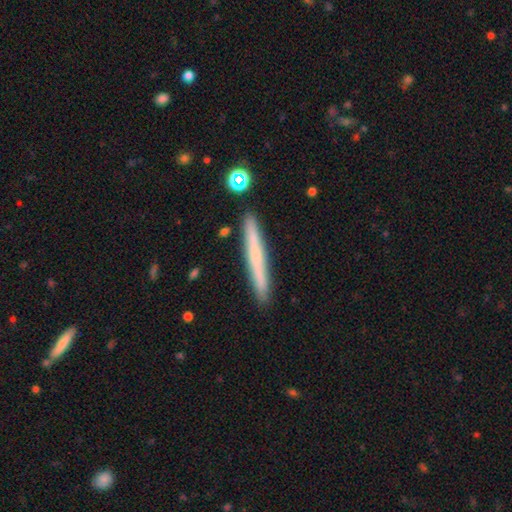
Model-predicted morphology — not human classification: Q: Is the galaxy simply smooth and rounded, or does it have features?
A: smooth — 56%.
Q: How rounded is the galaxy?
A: cigar-shaped — 97%.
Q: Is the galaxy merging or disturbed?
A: none — 90%.